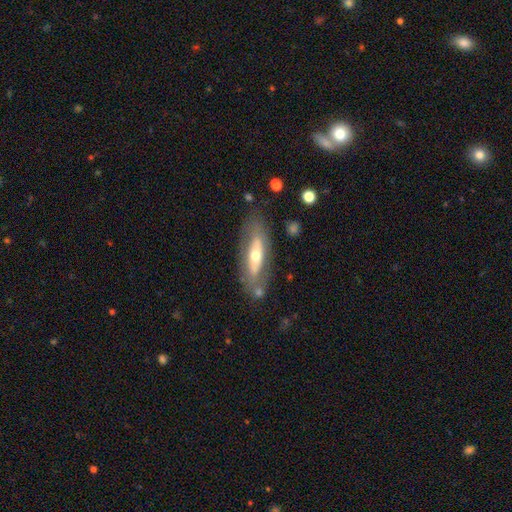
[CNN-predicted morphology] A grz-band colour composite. It shows a featured or disk galaxy (57%). Merging: none (75%).